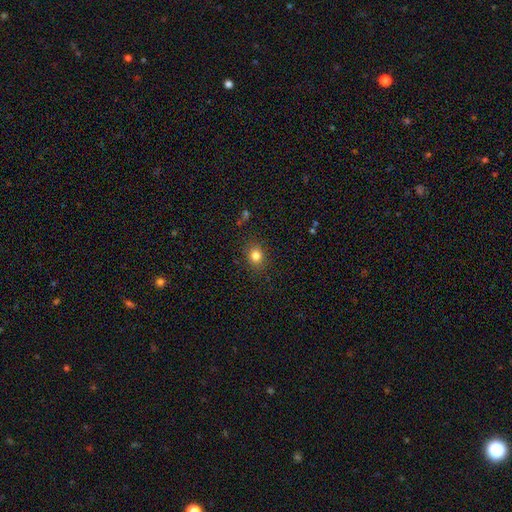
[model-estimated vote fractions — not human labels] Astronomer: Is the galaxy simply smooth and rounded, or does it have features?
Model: smooth — 82%.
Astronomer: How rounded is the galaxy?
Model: round — 67%.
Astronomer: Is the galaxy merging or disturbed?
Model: none — 87%.